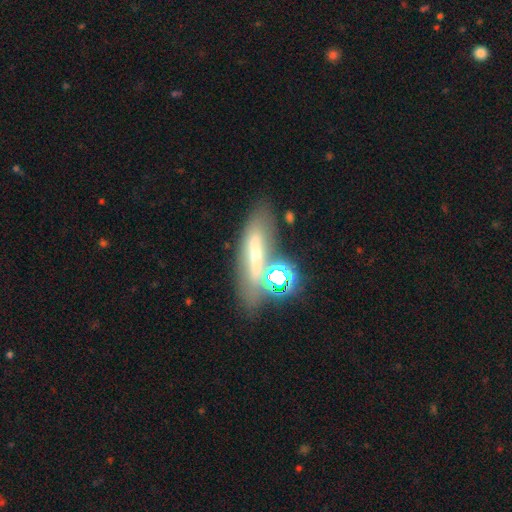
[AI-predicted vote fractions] This appears to be a featured or disk galaxy (47%). Merging: none (57%).